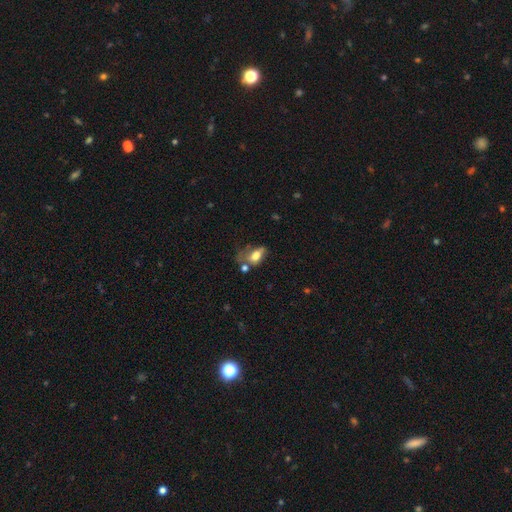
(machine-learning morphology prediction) type=smooth (64%); roundness=in between (84%); merging=major disturbance (34%).